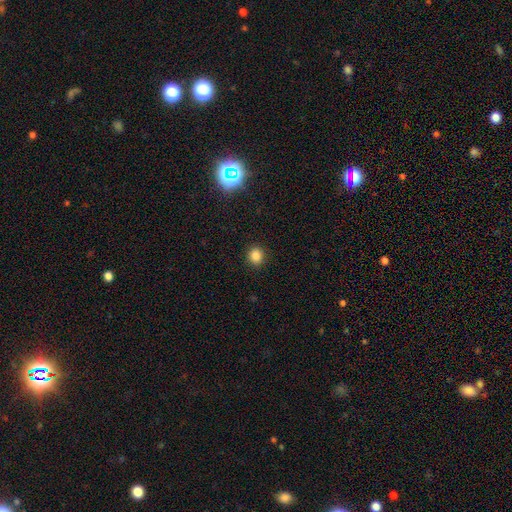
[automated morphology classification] type=smooth (83%); roundness=round (86%); merging=none (92%).